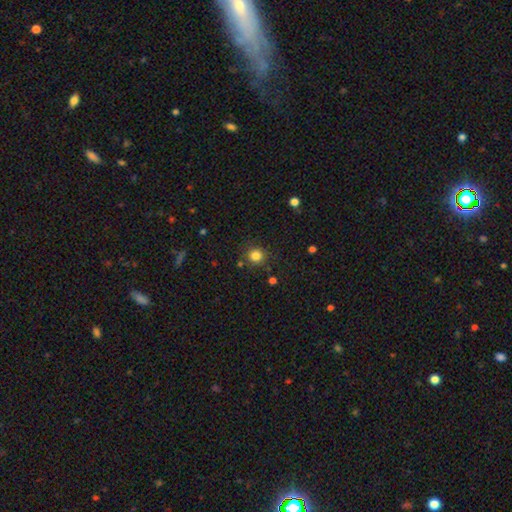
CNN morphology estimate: smooth-or-featured: smooth: 83% | star or artifact: 12% | featured or disk: 5%
  how-rounded: round: 91% | in between: 9% | cigar-shaped: 1%
  merging: none: 85% | minor disturbance: 9% | merger: 3% | major disturbance: 3%